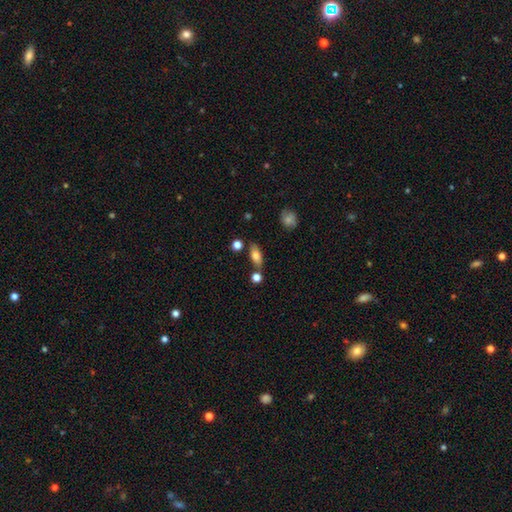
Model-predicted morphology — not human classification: This appears to be a smooth galaxy with no disk features (75%) that is in between round and cigar-shaped (74%). Merging: none (73%).